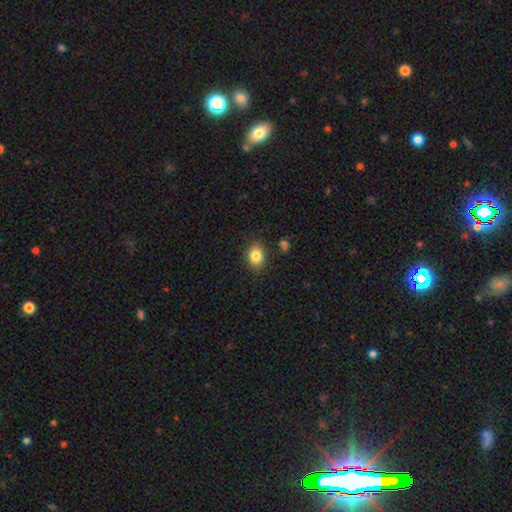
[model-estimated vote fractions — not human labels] Smooth or featured? smooth (84%)
How rounded? in between (60%)
Merging? none (85%)